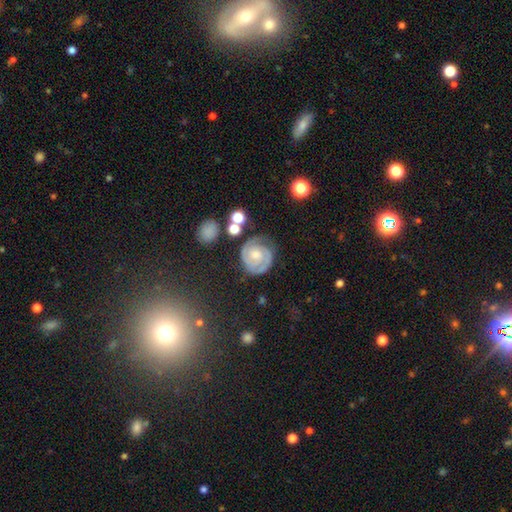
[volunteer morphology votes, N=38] Smooth or featured? featured or disk (89%)
Edge-on disk? no (97%)
Bar? no (64%)
Spiral arms? yes (97%)
Spiral winding? tight (59%)
Spiral arm count? 2 (75%)
Bulge size? small (42%)
Merging? none (63%)